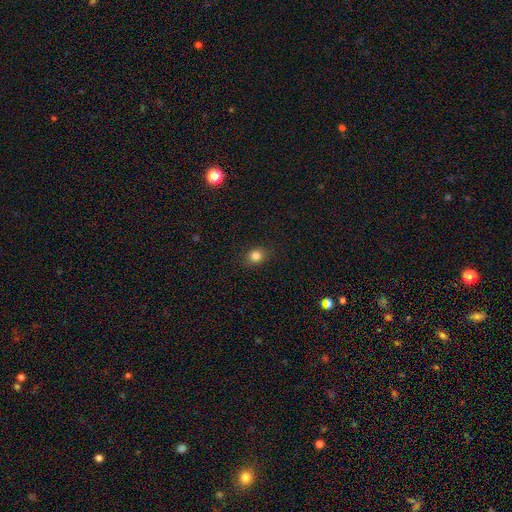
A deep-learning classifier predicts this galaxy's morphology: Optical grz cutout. It shows a smooth galaxy with no disk features (83%) that is round (70%). Merging: none (88%).